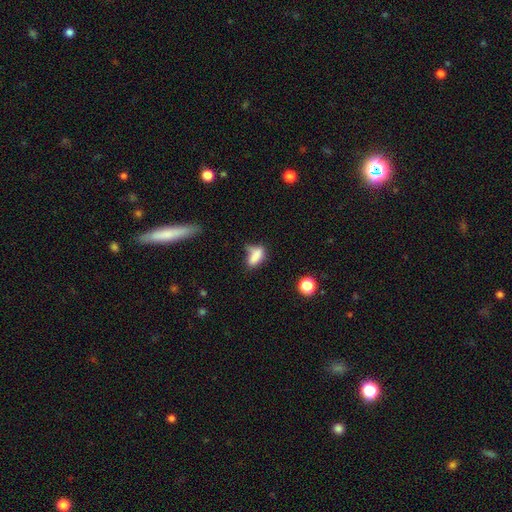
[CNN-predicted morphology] The model was most divided on "merging": none: 36%, minor disturbance: 30%, major disturbance: 19%, merger: 15%. More confident: how rounded — in between (79%); smooth or featured — smooth (77%).